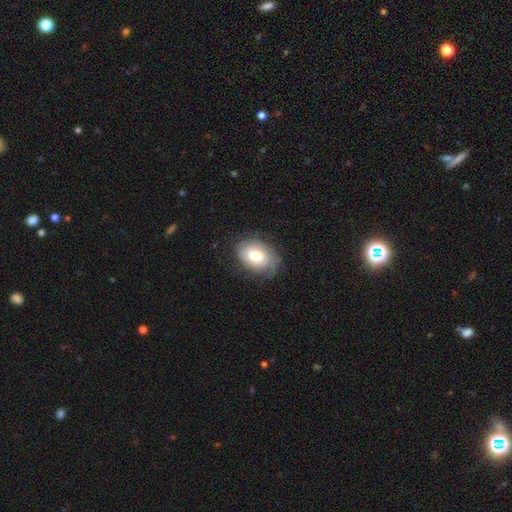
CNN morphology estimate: Smooth or featured? Predicted: smooth (p=0.50). How rounded? Predicted: in between (p=0.77). Merging? Predicted: none (p=0.69).